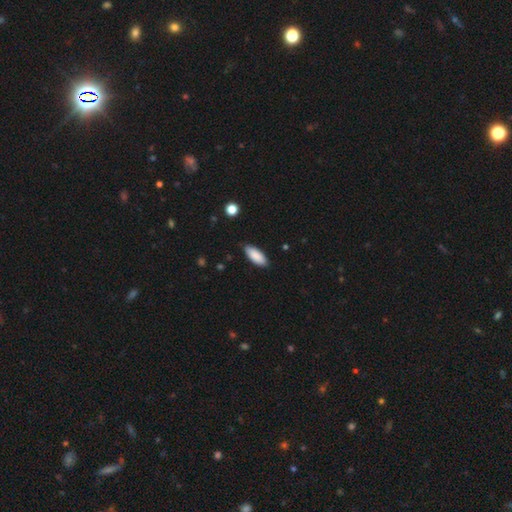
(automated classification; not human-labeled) The model was most divided on "how rounded": in between: 82%, cigar-shaped: 16%, round: 2%. More confident: smooth or featured — smooth (88%); merging — none (85%).